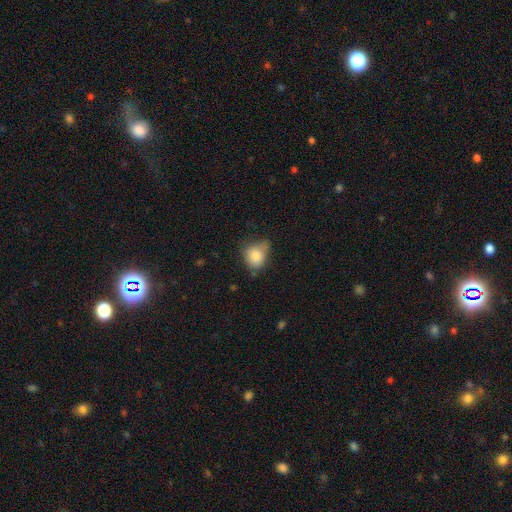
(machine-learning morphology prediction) A smooth galaxy with no disk features (81%) that is round (57%).

Vote fractions:
- Smooth or featured? smooth: 81% / star or artifact: 9% / featured or disk: 9%
- How rounded? round: 57% / in between: 42% / cigar-shaped: 1%
- Merging? none: 43% / minor disturbance: 40% / major disturbance: 11% / merger: 6%